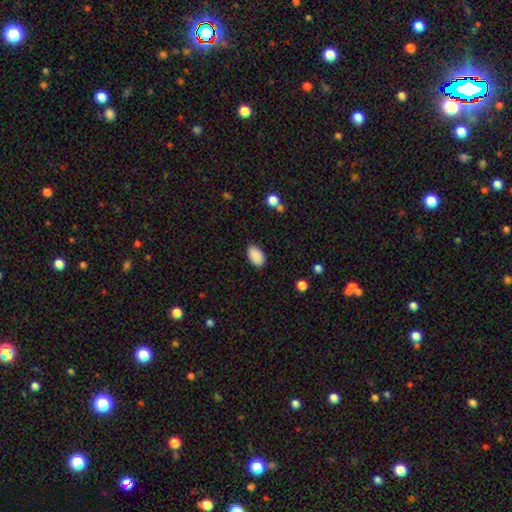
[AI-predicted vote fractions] Morphology: type=smooth (90%); roundness=in between (93%); merging=none (87%).